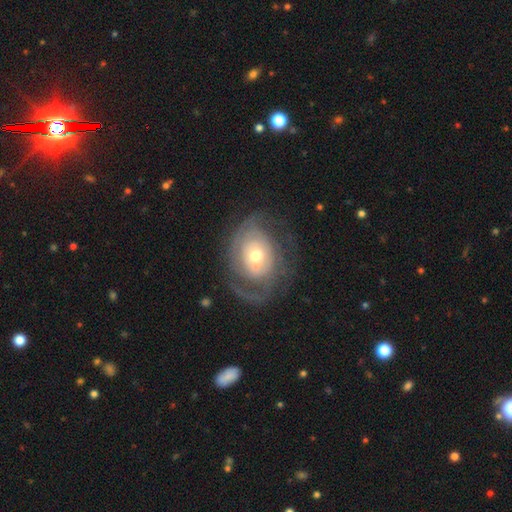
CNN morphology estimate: smooth-or-featured: featured or disk: 75% | smooth: 19% | star or artifact: 7%
  disk-edge-on: no: 96% | yes: 4%
    bar: no: 75% | weak: 20% | strong: 5%
    has-spiral-arms: yes: 78% | no: 22%
      spiral-winding: tight: 55% | medium: 29% | loose: 16%
      spiral-arm-count: can't tell: 38% | 2: 33% | 1: 13% | 3: 9% | 4: 4% | more than 4: 3%
    bulge-size: moderate: 62% | small: 30% | large: 6% | dominant: 1% | none: 1%
  merging: none: 56% | major disturbance: 21% | minor disturbance: 20% | merger: 3%